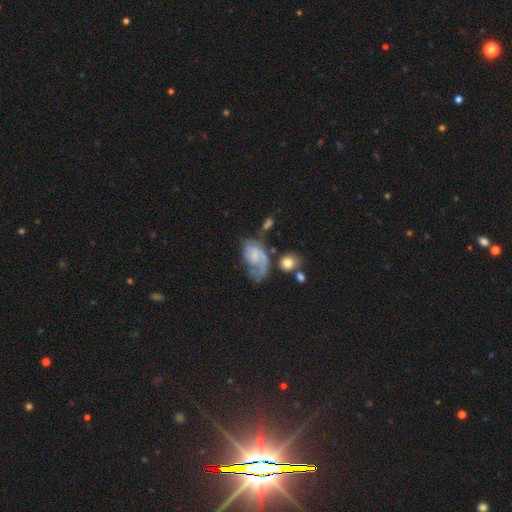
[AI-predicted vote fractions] A featured or disk galaxy (61%) with no bar (65%), spiral arms (81%) and no central bulge (39%). Merging: major disturbance (34%).